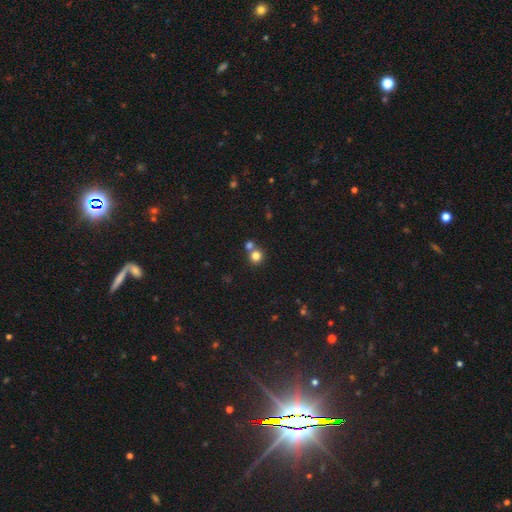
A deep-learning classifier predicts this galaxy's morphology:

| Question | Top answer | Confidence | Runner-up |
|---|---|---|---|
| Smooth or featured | smooth | 81% | star or artifact (12%) |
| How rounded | round | 91% | in between (8%) |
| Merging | none | 59% | merger (32%) |